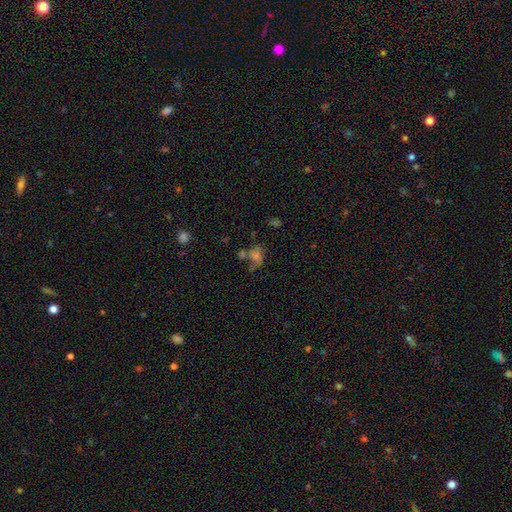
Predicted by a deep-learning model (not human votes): Smooth or featured? featured or disk (39%, tied with smooth)
Merging? none (36%)